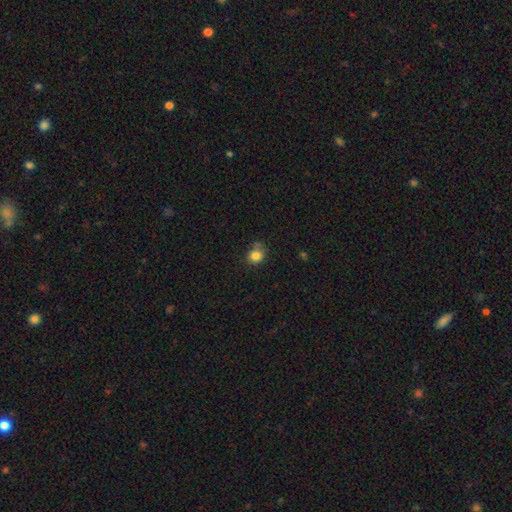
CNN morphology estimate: smooth_or_featured: smooth (p=0.83) [alt: star or artifact p=0.11]
how_rounded: round (p=0.76) [alt: in between p=0.23]
merging: none (p=0.64) [alt: minor disturbance p=0.22]